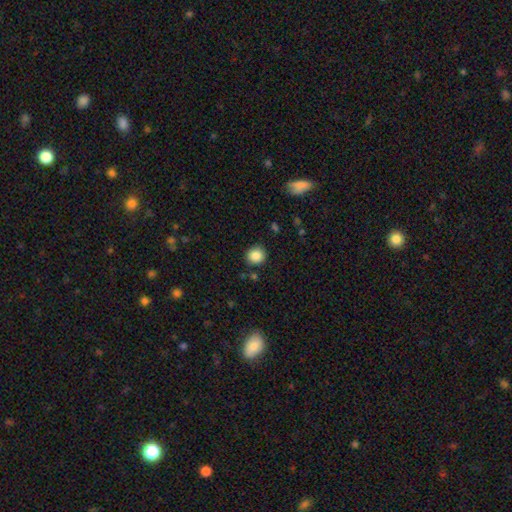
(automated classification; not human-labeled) This appears to be a smooth galaxy with no disk features (86%) that is round (89%). Merging: none (87%).